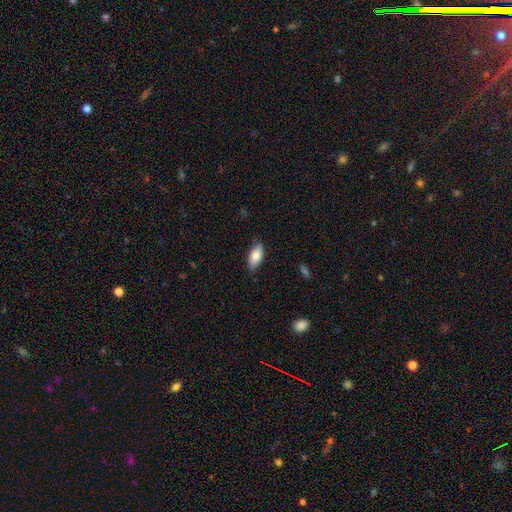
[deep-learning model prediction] Smooth or featured? smooth (81%)
How rounded? in between (88%)
Merging? none (80%)